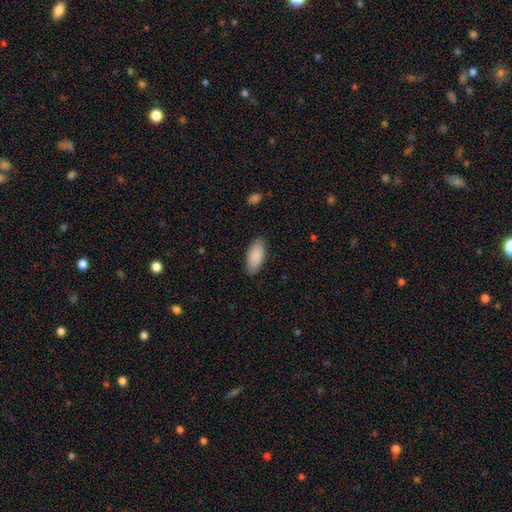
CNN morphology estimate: The model was most divided on "merging": none: 85%, minor disturbance: 11%, major disturbance: 2%, merger: 1%. More confident: smooth or featured — smooth (90%); how rounded — in between (90%).